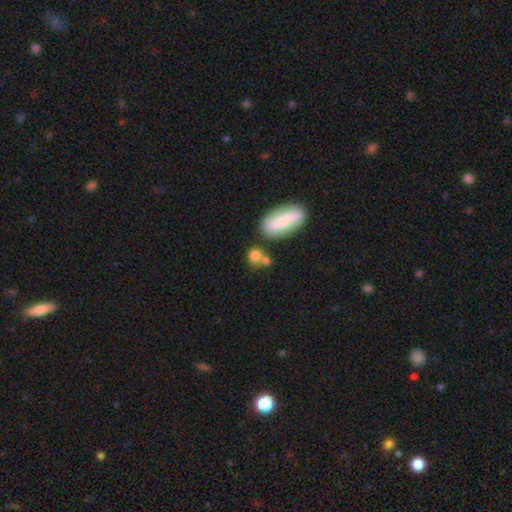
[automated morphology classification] This is likely a smooth galaxy (77%). How rounded: likely round (60%). Merging: possibly none (51%).